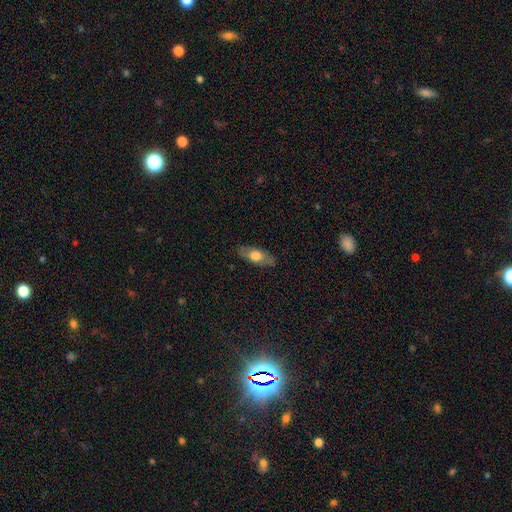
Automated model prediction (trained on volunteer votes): The model was most divided on "smooth or featured": smooth: 61%, featured or disk: 33%, star or artifact: 6%. More confident: merging — none (84%); how rounded — in between (78%).